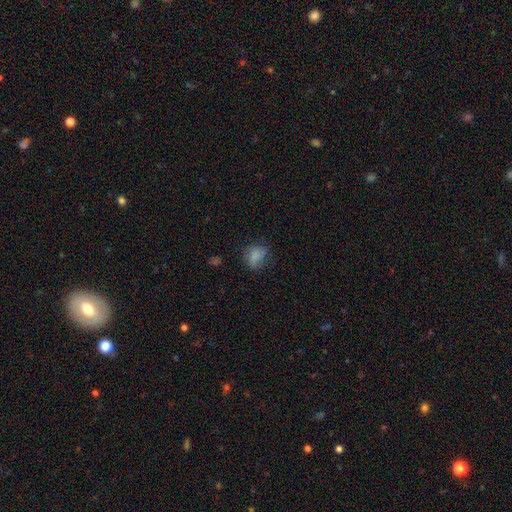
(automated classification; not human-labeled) smooth 78%, star or artifact 12%, featured or disk 10%. Down the decision tree: how rounded — in between (57%); merging — none (61%).